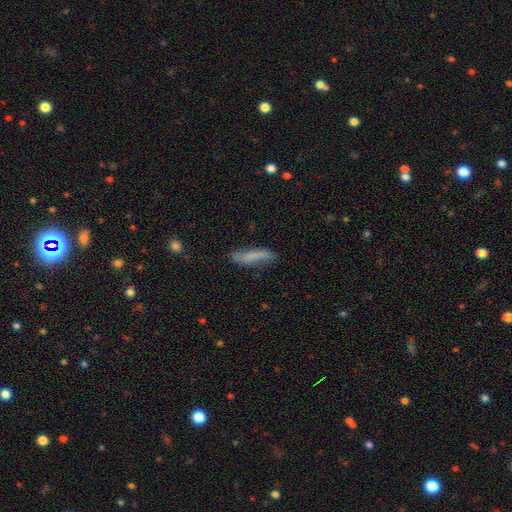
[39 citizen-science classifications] This appears to be a smooth galaxy with no disk features (85%) that is cigar-shaped (79%). Merging: none (75%).